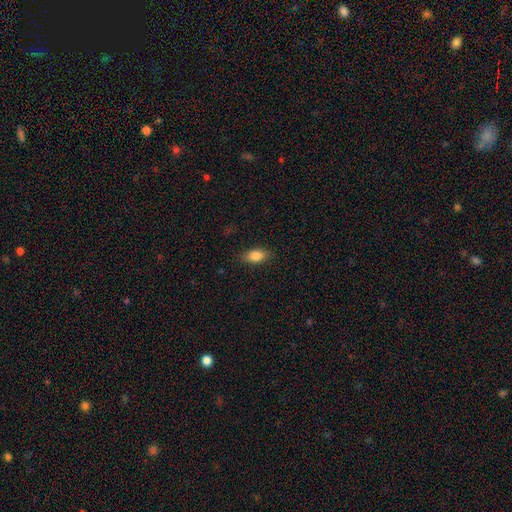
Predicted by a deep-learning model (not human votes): Morphology: type=smooth (84%); roundness=in between (87%); merging=none (85%).